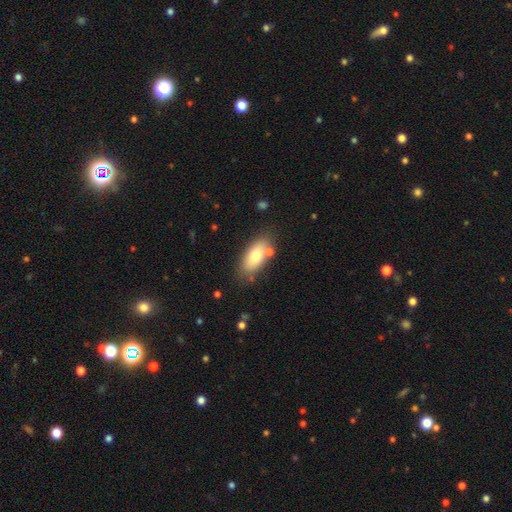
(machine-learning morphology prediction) Smooth or featured? Predicted: smooth (p=0.74). How rounded? Predicted: in between (p=0.88). Merging? Predicted: none (p=0.73).